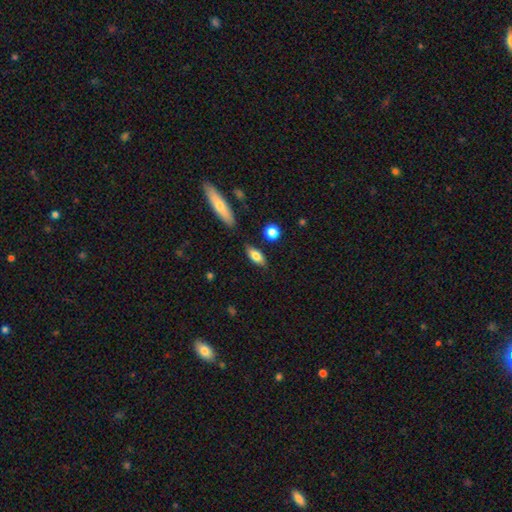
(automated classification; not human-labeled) This appears to be a smooth galaxy with no disk features (76%) that is in between round and cigar-shaped (76%). Merging: none (80%).